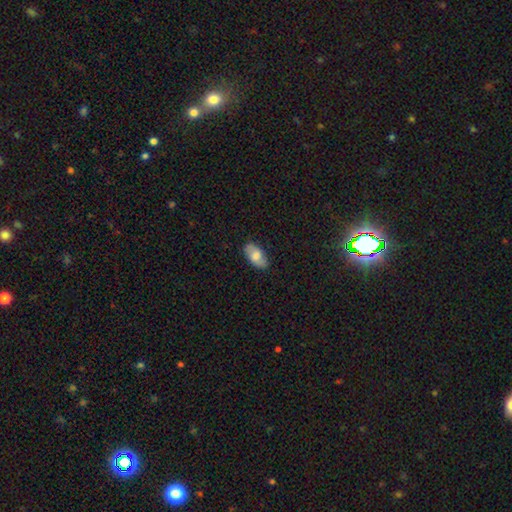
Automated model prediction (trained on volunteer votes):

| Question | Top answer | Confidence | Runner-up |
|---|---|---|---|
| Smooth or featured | smooth | 67% | featured or disk (26%) |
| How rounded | in between | 93% | round (4%) |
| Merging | none | 82% | minor disturbance (14%) |